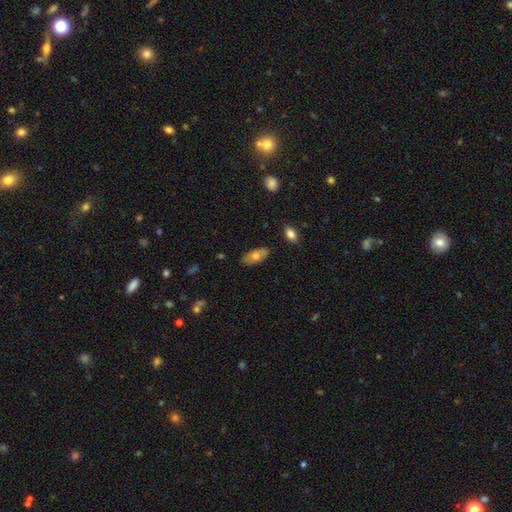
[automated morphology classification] Smooth or featured: smooth — 67% (featured or disk — 27%)
How rounded: in between — 89% (cigar-shaped — 7%)
Merging: none — 82% (minor disturbance — 14%)